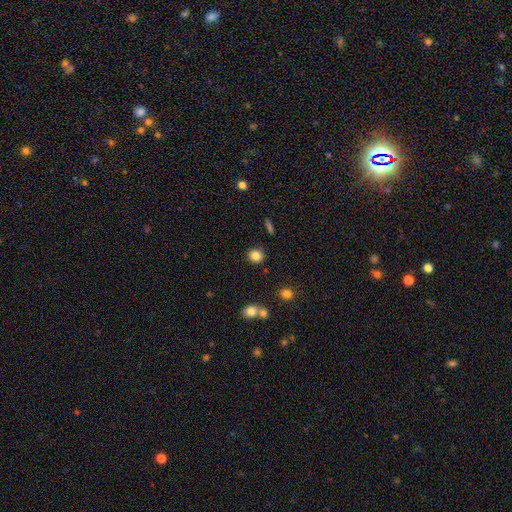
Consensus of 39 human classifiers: Q: Smooth or featured?
A: smooth (90%); runner-up: featured or disk (10%)
Q: How rounded?
A: round (97%); runner-up: in between (3%)
Q: Merging?
A: none (87%); runner-up: merger (10%)